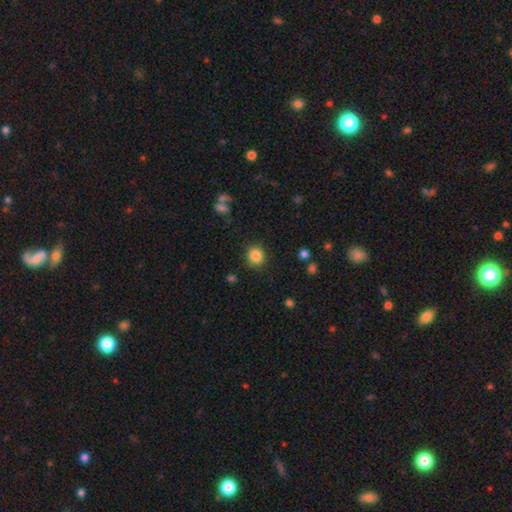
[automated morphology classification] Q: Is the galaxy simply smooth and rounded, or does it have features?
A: smooth — 85%.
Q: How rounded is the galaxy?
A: round — 89%.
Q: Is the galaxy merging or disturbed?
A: none — 87%.